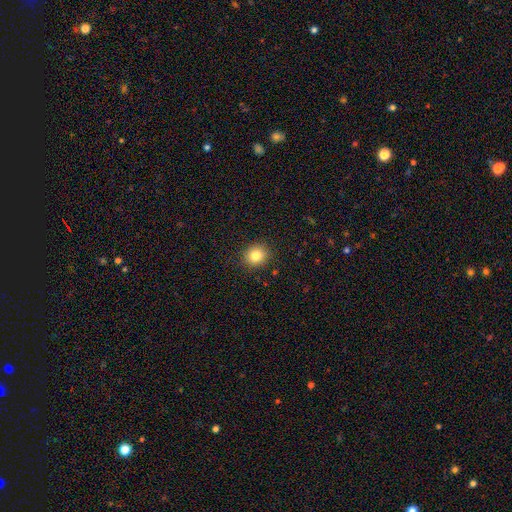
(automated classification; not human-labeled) Morphology: type=smooth (82%); roundness=round (83%); merging=none (90%).